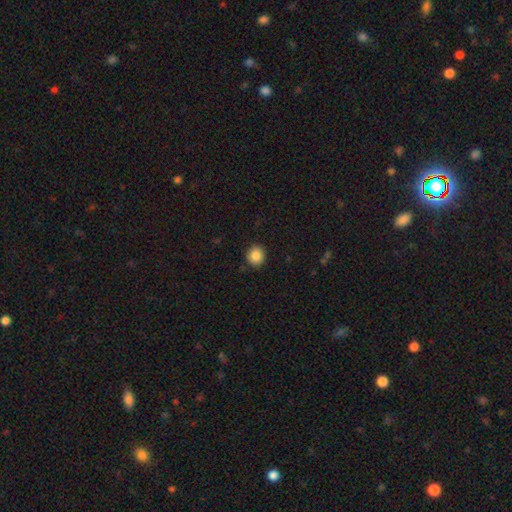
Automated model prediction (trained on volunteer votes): Morphology: type=smooth (86%); roundness=round (88%); merging=none (90%).